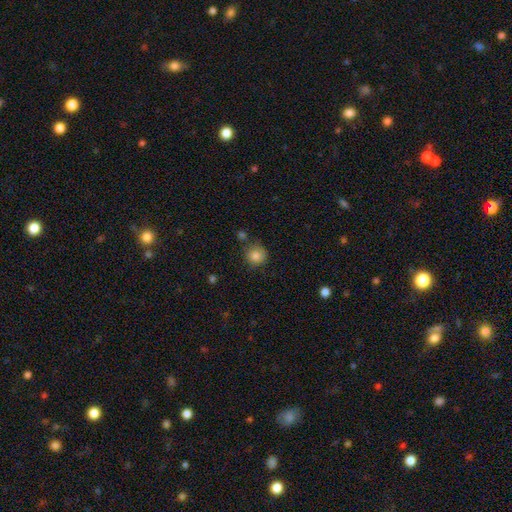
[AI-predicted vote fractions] Smooth or featured?
  - smooth: 83% *
  - star or artifact: 10%
  - featured or disk: 7%
How rounded?
  - round: 91% *
  - in between: 8%
  - cigar-shaped: 1%
Merging?
  - none: 74% *
  - minor disturbance: 15%
  - merger: 6%
  - major disturbance: 4%